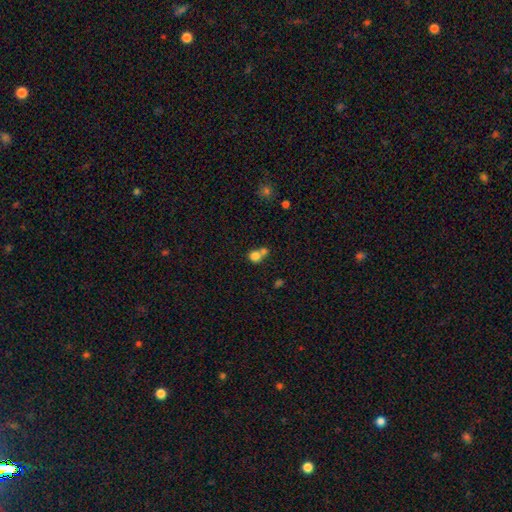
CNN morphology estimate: This appears to be a smooth galaxy with no disk features (79%) that is round (77%). Merging: merger (52%).